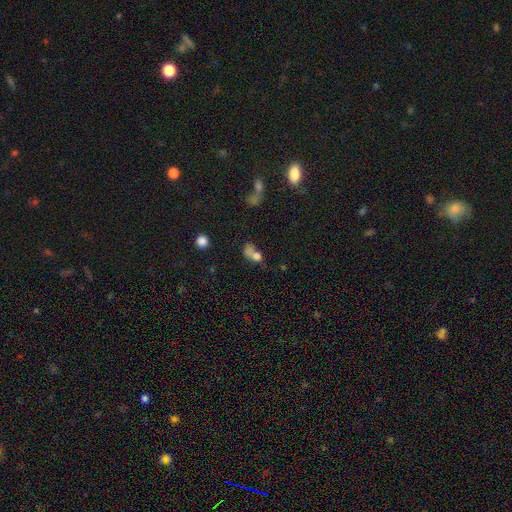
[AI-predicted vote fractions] Smooth or featured? smooth (68%)
How rounded? in between (53%)
Merging? merger (52%)